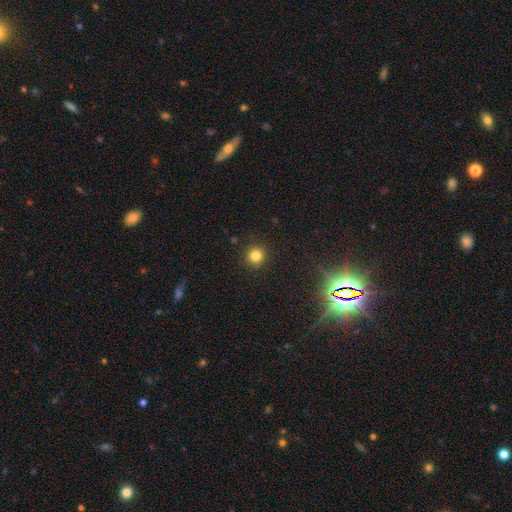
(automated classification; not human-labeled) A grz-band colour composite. It shows a smooth galaxy with no disk features (82%) that is round (94%). Merging: none (91%).